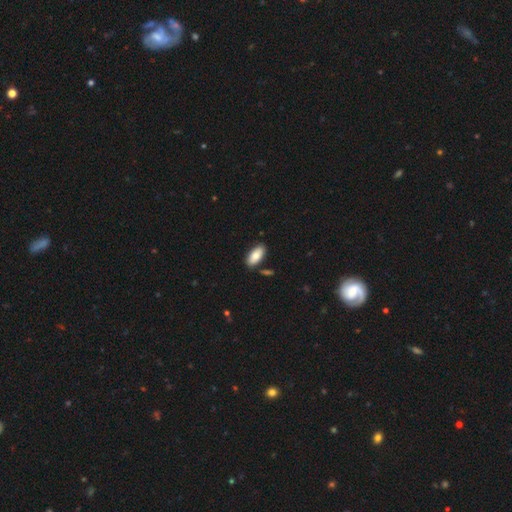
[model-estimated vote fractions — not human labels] Smooth or featured? smooth (80%)
How rounded? in between (90%)
Merging? none (83%)